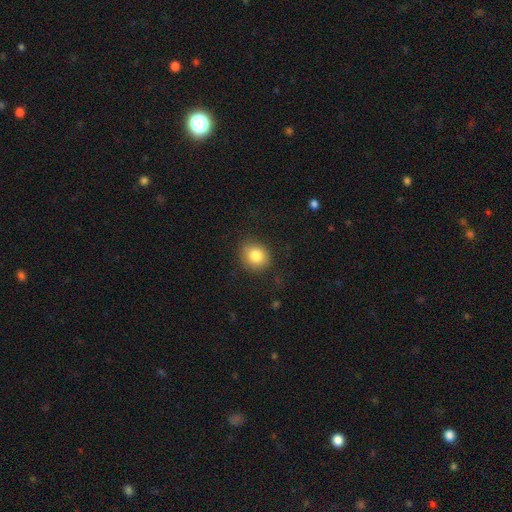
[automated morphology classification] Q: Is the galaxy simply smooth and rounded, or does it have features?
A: smooth — 83%.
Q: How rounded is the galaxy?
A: round — 69%.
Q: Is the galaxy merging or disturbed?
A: none — 84%.